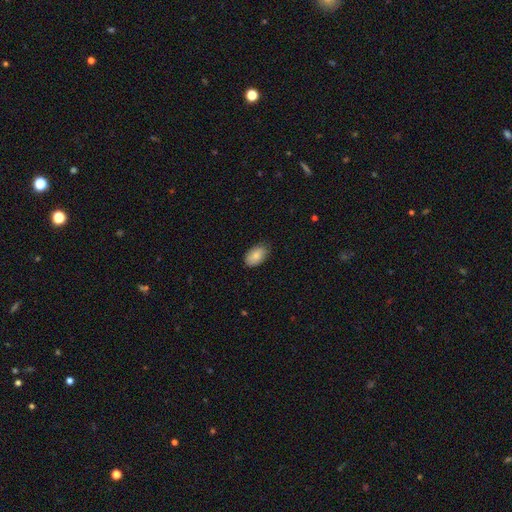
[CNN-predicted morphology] A smooth galaxy with no disk features (86%) that is in between round and cigar-shaped (93%).

Vote fractions:
- Smooth or featured? smooth: 86% / featured or disk: 8% / star or artifact: 6%
- How rounded? in between: 93% / round: 6% / cigar-shaped: 1%
- Merging? none: 81% / minor disturbance: 16% / major disturbance: 2% / merger: 1%